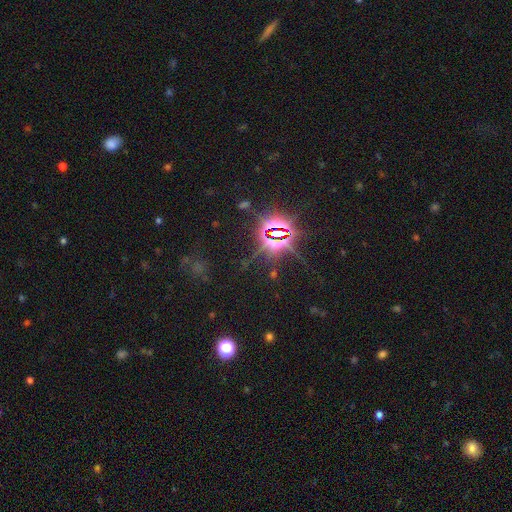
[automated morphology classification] Smooth or featured?
  - star or artifact: 82% *
  - smooth: 10%
  - featured or disk: 8%